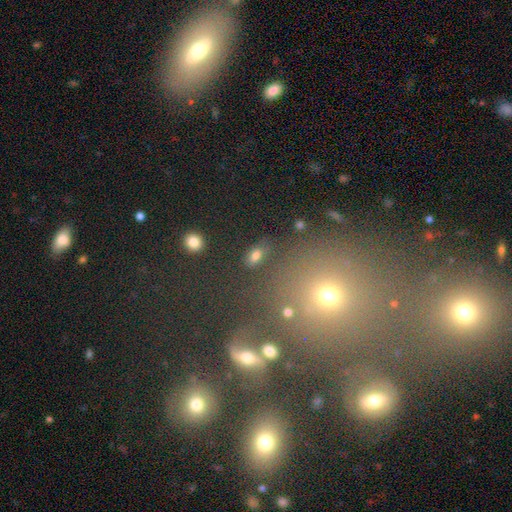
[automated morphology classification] This appears to be a smooth galaxy with no disk features (77%) that is in between round and cigar-shaped (86%). Merging: none (81%).